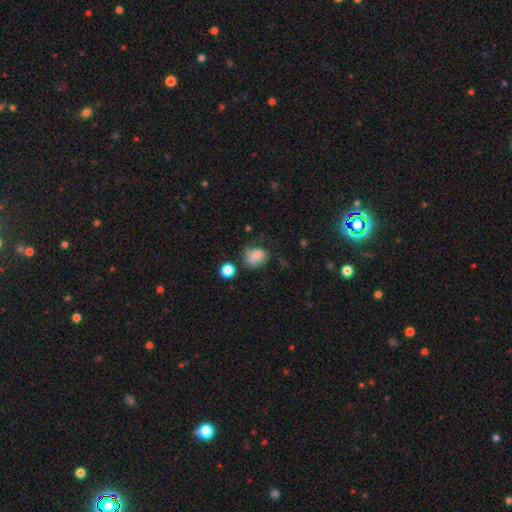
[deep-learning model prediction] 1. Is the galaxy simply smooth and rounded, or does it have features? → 79% smooth, 11% star or artifact, 10% featured or disk.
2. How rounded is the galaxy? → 55% in between, 44% round, 1% cigar-shaped.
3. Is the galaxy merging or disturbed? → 47% none, 30% minor disturbance, 16% major disturbance, 7% merger.